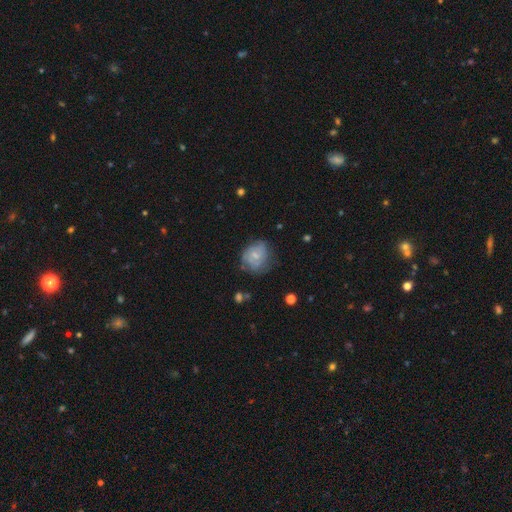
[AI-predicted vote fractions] Smooth or featured?
  - featured or disk: 57% *
  - smooth: 35%
  - star or artifact: 8%
Edge-on disk?
  - no: 98% *
  - yes: 2%
Bar?
  - no: 54% *
  - weak: 39%
  - strong: 6%
Spiral arms?
  - yes: 76% *
  - no: 24%
Bulge size?
  - small: 52% *
  - moderate: 31%
  - none: 14%
  - large: 2%
  - dominant: 1%
Merging?
  - none: 58% *
  - minor disturbance: 27%
  - major disturbance: 13%
  - merger: 2%